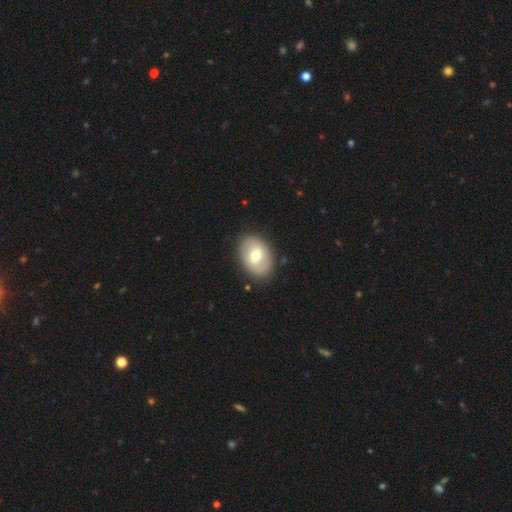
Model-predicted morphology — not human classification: smooth_or_featured: smooth (p=0.61) [alt: featured or disk p=0.32]
how_rounded: in between (p=0.79) [alt: round p=0.20]
merging: none (p=0.85) [alt: minor disturbance p=0.11]